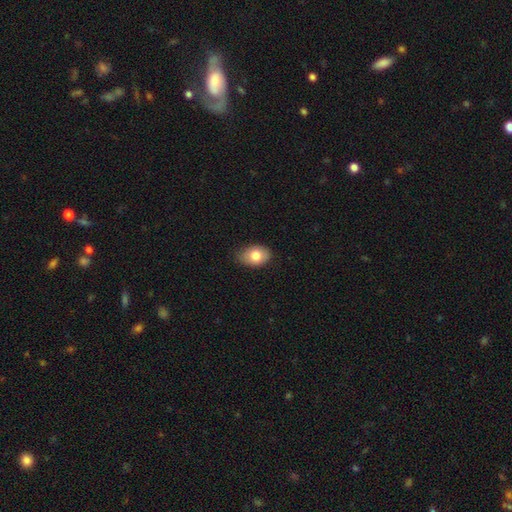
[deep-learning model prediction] smooth-or-featured: smooth: 80% | featured or disk: 13% | star or artifact: 7%
  how-rounded: in between: 81% | round: 17% | cigar-shaped: 1%
  merging: none: 77% | minor disturbance: 19% | major disturbance: 3% | merger: 1%